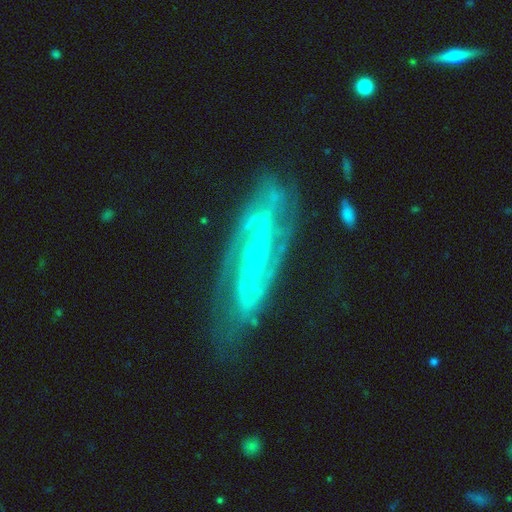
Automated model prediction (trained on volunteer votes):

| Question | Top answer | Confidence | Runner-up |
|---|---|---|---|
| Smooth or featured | featured or disk | 89% | smooth (6%) |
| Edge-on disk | no | 89% | yes (11%) |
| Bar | no | 38% | weak (35%) |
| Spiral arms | yes | 96% | no (4%) |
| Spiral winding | tight | 43% | tied: medium (43%) |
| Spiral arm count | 2 | 65% | can't tell (15%) |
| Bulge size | small | 78% | moderate (18%) |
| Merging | none | 72% | minor disturbance (18%) |